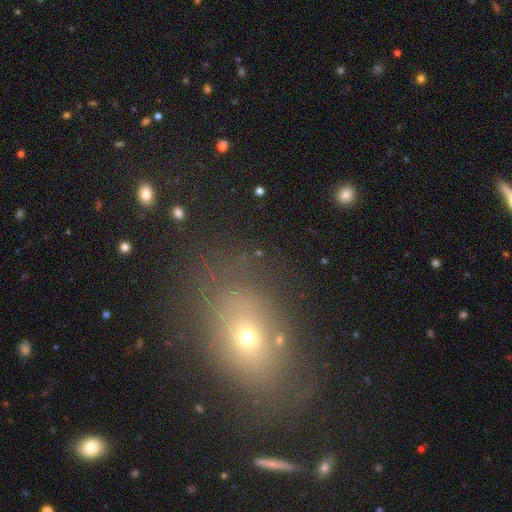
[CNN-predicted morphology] type=smooth (57%); roundness=in between (66%); merging=none (74%).